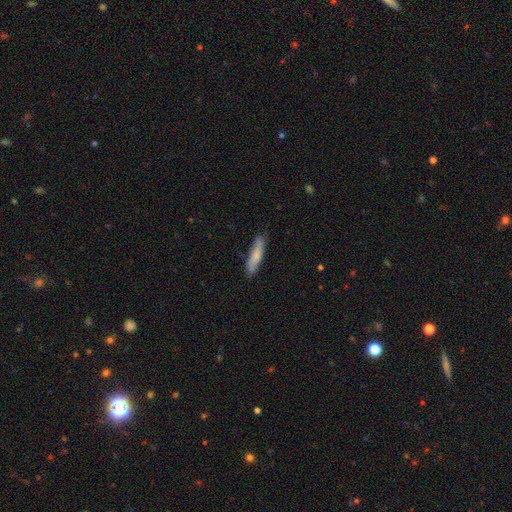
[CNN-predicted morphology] Smooth or featured?
  - smooth: 75% *
  - featured or disk: 20%
  - star or artifact: 6%
How rounded?
  - cigar-shaped: 86% *
  - in between: 13%
  - round: 1%
Merging?
  - none: 81% *
  - minor disturbance: 15%
  - major disturbance: 2%
  - merger: 1%